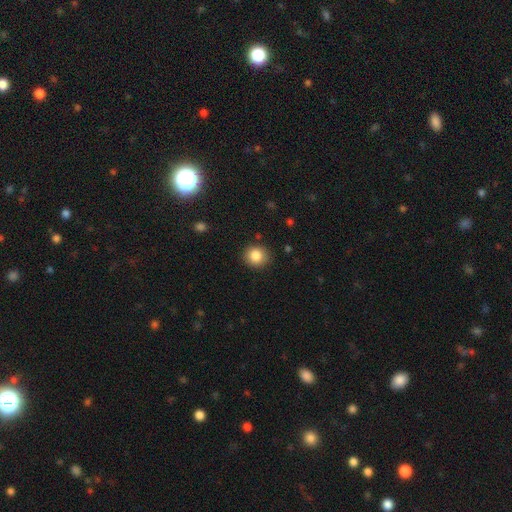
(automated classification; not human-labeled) Smooth or featured? smooth (85%)
How rounded? round (84%)
Merging? none (89%)